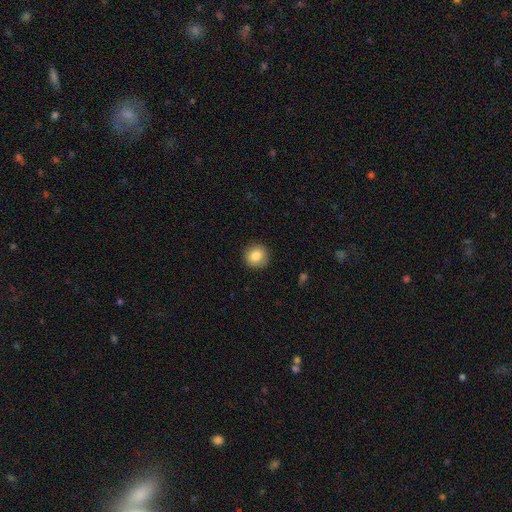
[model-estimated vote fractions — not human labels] Morphology: type=smooth (84%); roundness=round (91%); merging=none (90%).